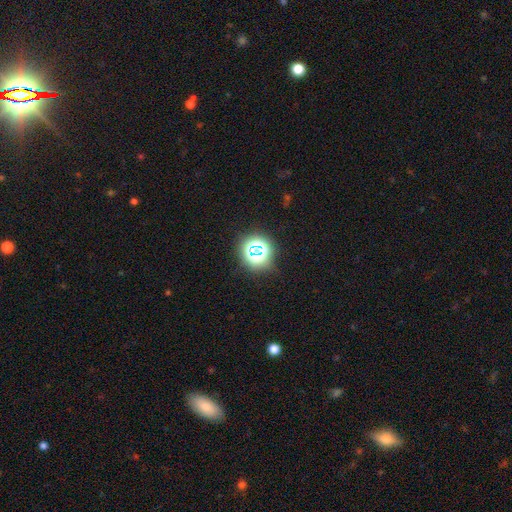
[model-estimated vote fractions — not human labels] Morphology: type=star or artifact (61%).